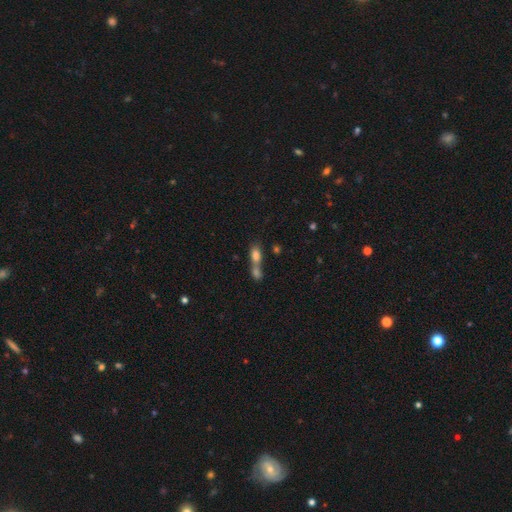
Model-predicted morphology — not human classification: Smooth or featured? Predicted: smooth (p=0.77). How rounded? Predicted: in between (p=0.74). Merging? Predicted: merger (p=0.70).